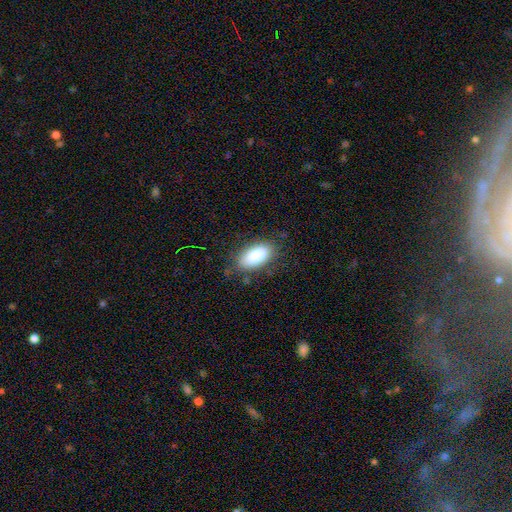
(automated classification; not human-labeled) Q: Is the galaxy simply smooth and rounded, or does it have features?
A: smooth — 85%.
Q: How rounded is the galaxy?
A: in between — 93%.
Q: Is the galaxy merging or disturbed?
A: none — 79%.